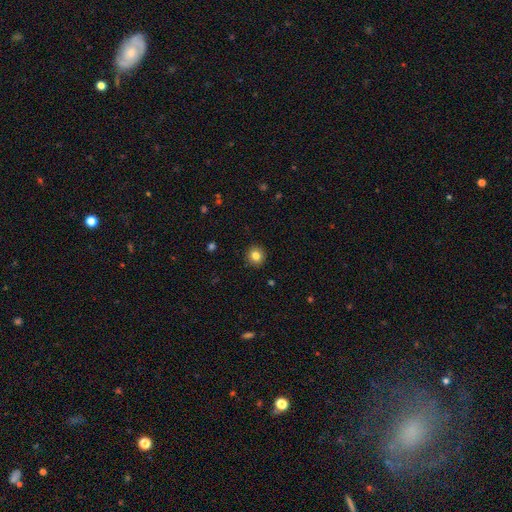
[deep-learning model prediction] smooth_or_featured: smooth (p=0.82) [alt: star or artifact p=0.11]
how_rounded: round (p=0.91) [alt: in between p=0.08]
merging: none (p=0.92) [alt: minor disturbance p=0.06]